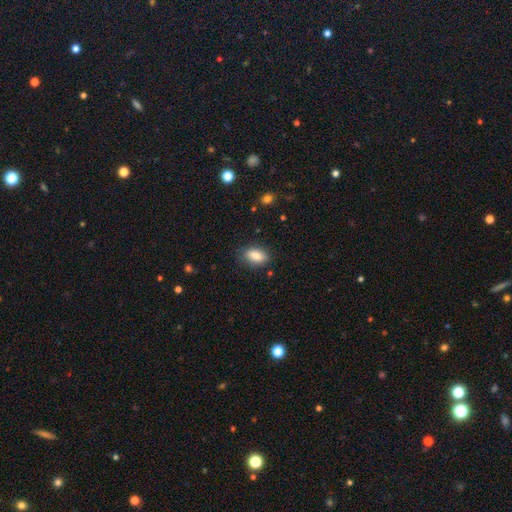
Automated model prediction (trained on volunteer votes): Overall: smooth (83%). How rounded: in between (88%). Merging: none (82%).